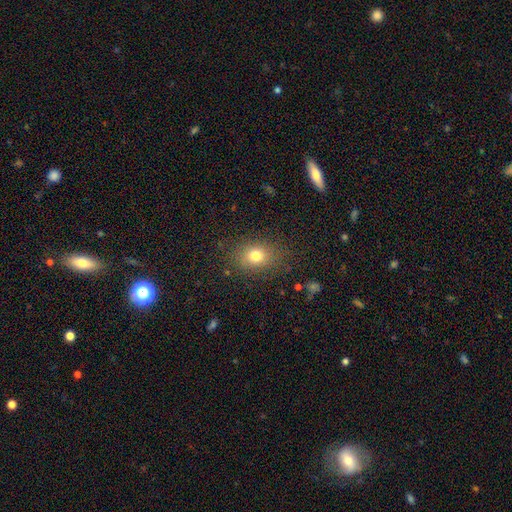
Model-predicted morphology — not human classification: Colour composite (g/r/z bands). It shows a smooth galaxy with no disk features (77%) that is in between round and cigar-shaped (55%). Merging: none (82%).